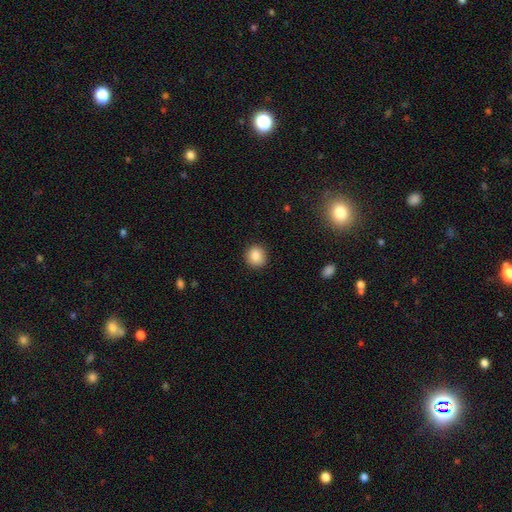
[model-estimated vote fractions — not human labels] This is clearly a smooth galaxy (86%). How rounded: clearly round (85%). Merging: clearly none (90%).